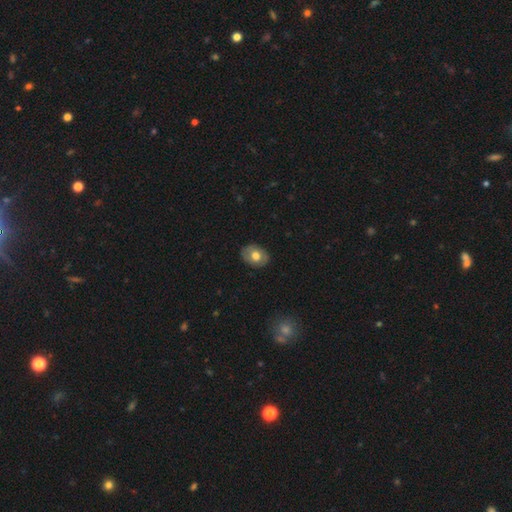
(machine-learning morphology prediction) A smooth galaxy with no disk features (66%) that is in between round and cigar-shaped (64%). Merging: none (85%).